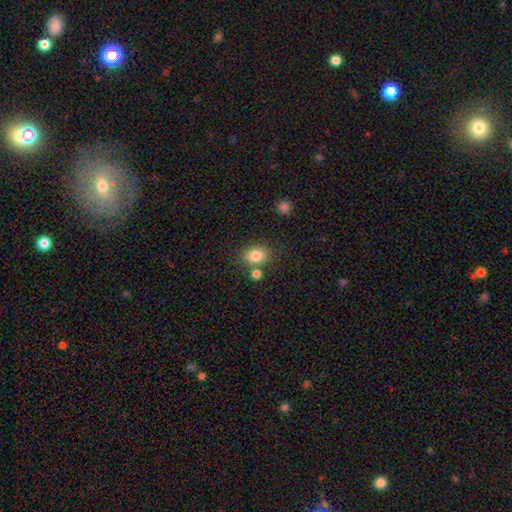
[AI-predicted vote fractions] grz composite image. It shows a smooth galaxy with no disk features (83%) that is in between round and cigar-shaped (55%). Merging: none (69%).